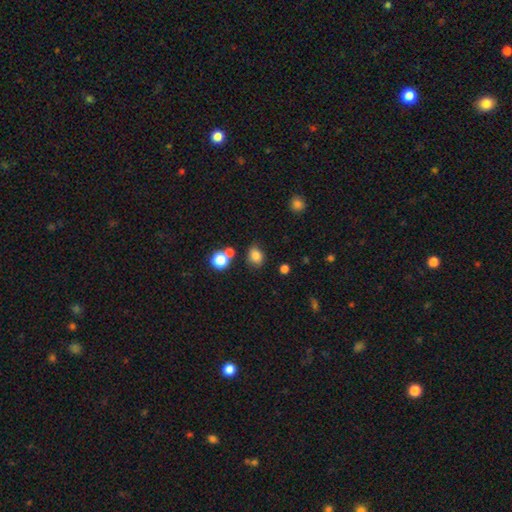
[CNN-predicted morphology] This appears to be a smooth galaxy with no disk features (80%) that is round (57%). Merging: none (71%).